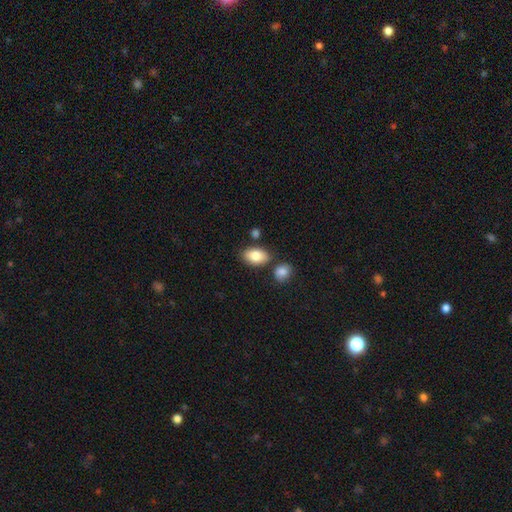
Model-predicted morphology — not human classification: A smooth galaxy with no disk features (84%) that is in between round and cigar-shaped (91%).

Vote fractions:
- Smooth or featured? smooth: 84% / featured or disk: 9% / star or artifact: 7%
- How rounded? in between: 91% / round: 8% / cigar-shaped: 2%
- Merging? none: 76% / minor disturbance: 12% / merger: 10% / major disturbance: 3%